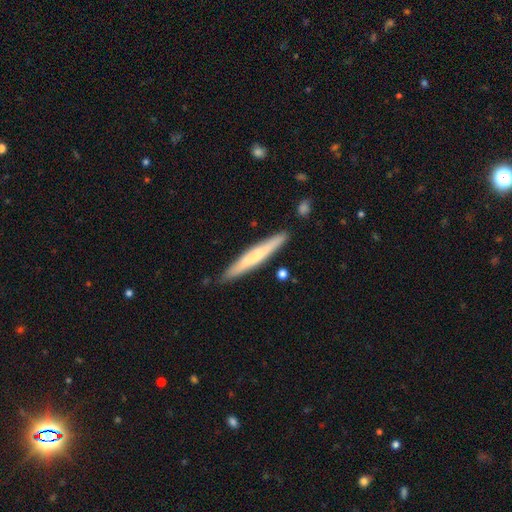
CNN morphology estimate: Smooth or featured: smooth — 55% (featured or disk — 39%)
How rounded: cigar-shaped — 95% (in between — 4%)
Merging: none — 86% (minor disturbance — 10%)